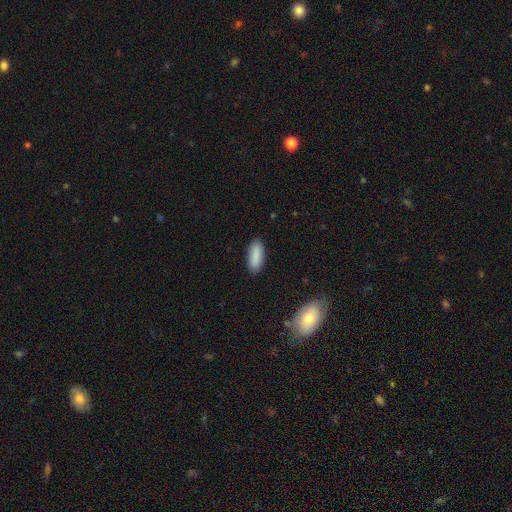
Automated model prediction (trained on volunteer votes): smooth_or_featured: smooth (p=0.88) [alt: star or artifact p=0.07]
how_rounded: in between (p=0.74) [alt: cigar-shaped p=0.25]
merging: none (p=0.86) [alt: minor disturbance p=0.10]